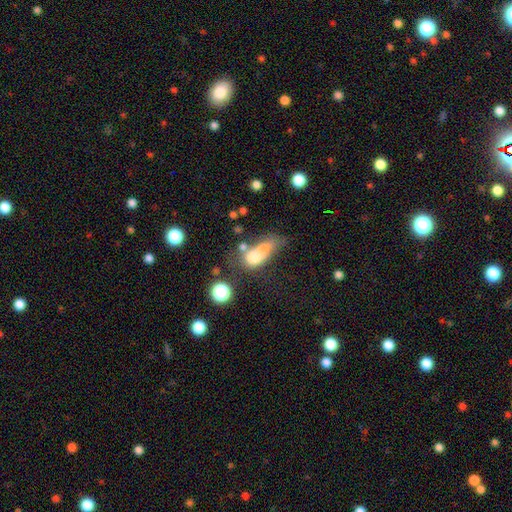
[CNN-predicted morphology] This appears to be a smooth galaxy with no disk features (64%) that is in between round and cigar-shaped (66%). Merging: major disturbance (32%).